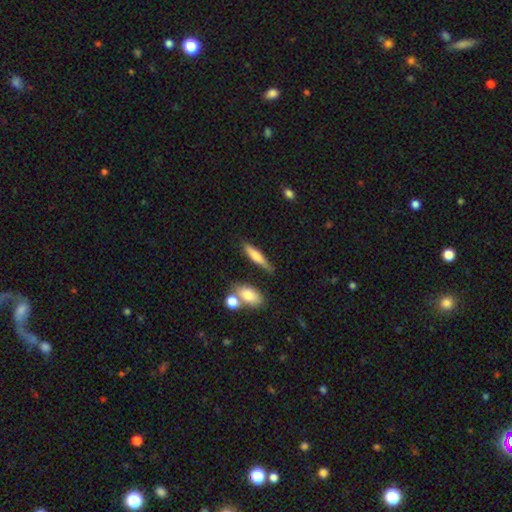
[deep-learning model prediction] The model was most divided on "smooth or featured": smooth: 66%, featured or disk: 27%, star or artifact: 7%. More confident: how rounded — cigar-shaped (74%); merging — none (68%).